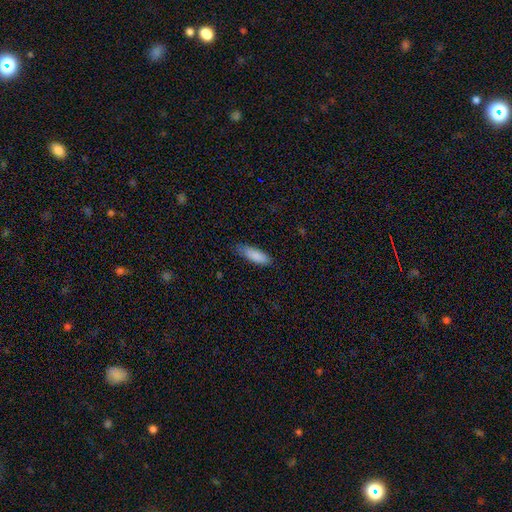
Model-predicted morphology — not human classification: Smooth or featured? smooth (87%)
How rounded? in between (58%)
Merging? none (74%)